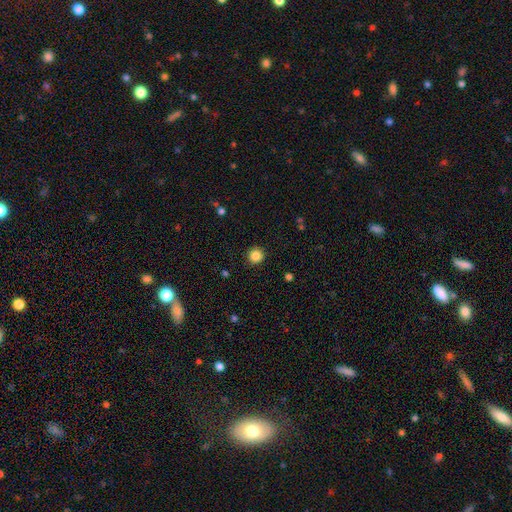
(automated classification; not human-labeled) Smooth or featured? smooth (85%)
How rounded? round (95%)
Merging? none (92%)